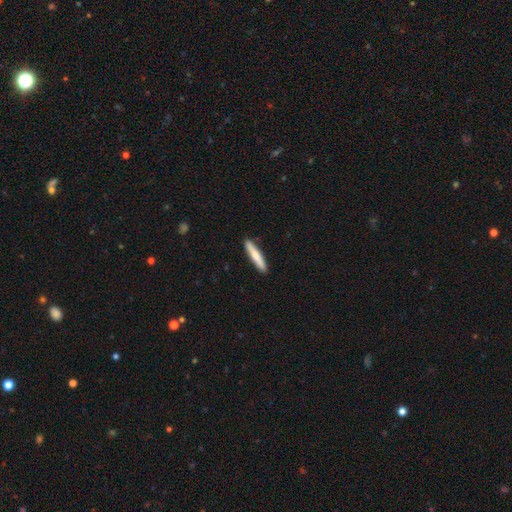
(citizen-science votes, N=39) Smooth or featured? 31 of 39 (79%) said smooth. How rounded? 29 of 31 (94%) said cigar-shaped. Merging? 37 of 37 (100%) said none.